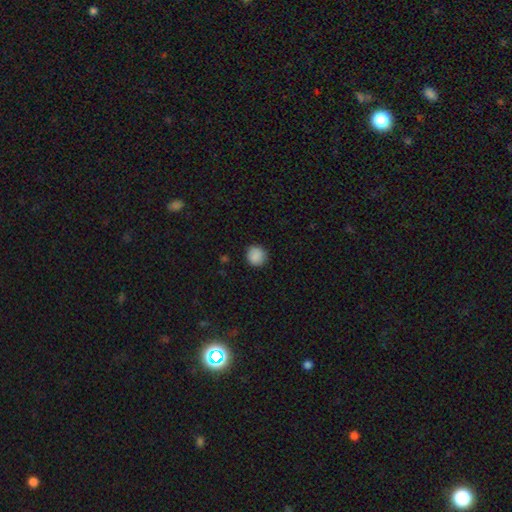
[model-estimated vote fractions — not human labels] Smooth or featured: smooth — 88% (star or artifact — 8%)
How rounded: round — 90% (in between — 9%)
Merging: none — 88% (minor disturbance — 8%)